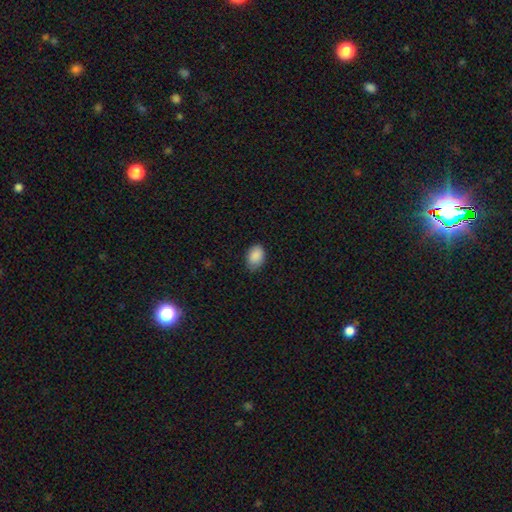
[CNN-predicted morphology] Smooth or featured: smooth — 89% (star or artifact — 7%)
How rounded: in between — 86% (round — 13%)
Merging: none — 77% (minor disturbance — 19%)